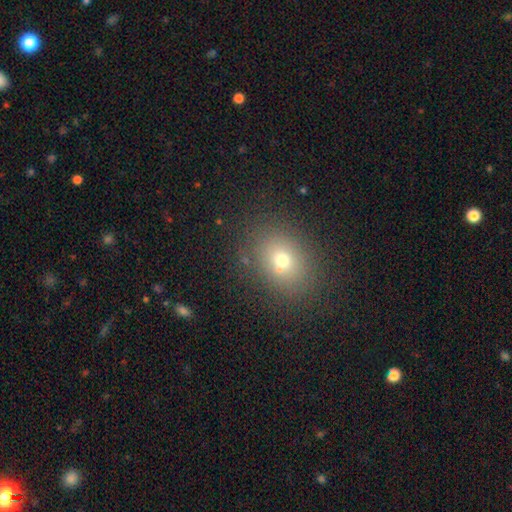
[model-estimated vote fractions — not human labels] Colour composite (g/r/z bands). It shows a smooth galaxy with no disk features (69%) that is round (52%). Merging: none (90%).